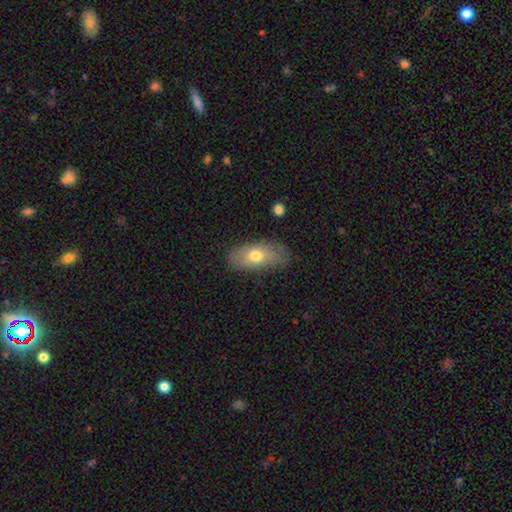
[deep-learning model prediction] smooth 68%, featured or disk 25%, star or artifact 7%. Down the decision tree: how rounded — in between (88%); merging — none (71%).